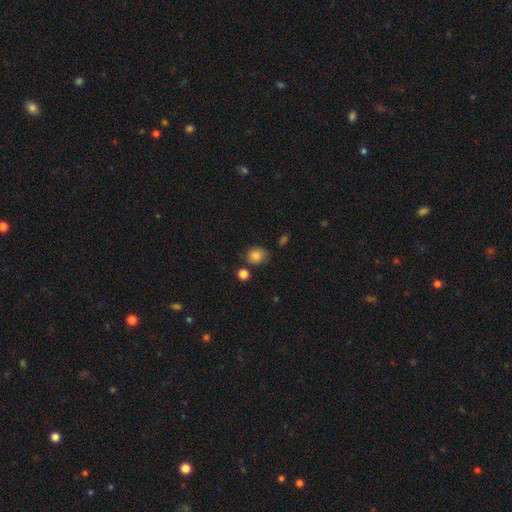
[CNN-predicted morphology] smooth 82%, star or artifact 10%, featured or disk 8%. Down the decision tree: how rounded — round (66%); merging — none (71%).